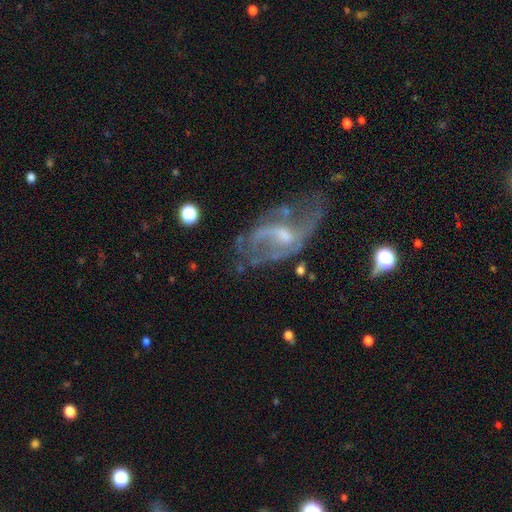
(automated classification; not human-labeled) featured or disk 76%, smooth 12%, star or artifact 12%. Down the decision tree: edge-on disk — no (93%); bar — weak (46%); spiral arms — yes (71%); bulge size — small (51%); merging — none (49%).